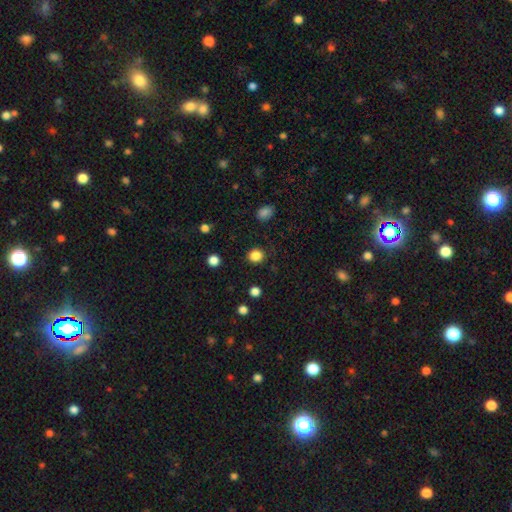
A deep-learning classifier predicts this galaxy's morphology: smooth-or-featured: smooth: 85% | star or artifact: 12% | featured or disk: 3%
  how-rounded: round: 84% | in between: 15% | cigar-shaped: 1%
  merging: none: 89% | minor disturbance: 7% | major disturbance: 3% | merger: 1%